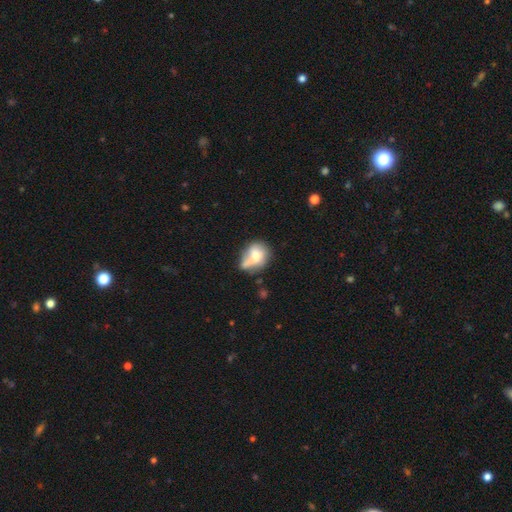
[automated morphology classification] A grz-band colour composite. It shows a smooth galaxy with no disk features (61%) that is round (53%). Merging: none (34%).